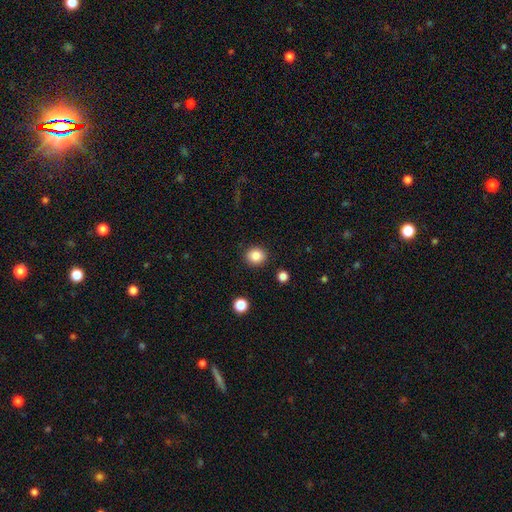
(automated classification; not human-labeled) Smooth or featured: smooth — 85% (star or artifact — 10%)
How rounded: round — 80% (in between — 19%)
Merging: none — 89% (minor disturbance — 7%)